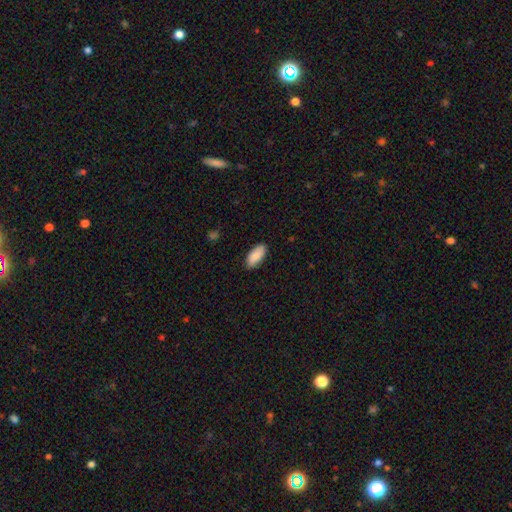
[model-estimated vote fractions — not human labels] Smooth or featured: smooth — 87% (featured or disk — 7%)
How rounded: in between — 91% (cigar-shaped — 7%)
Merging: none — 87% (minor disturbance — 10%)